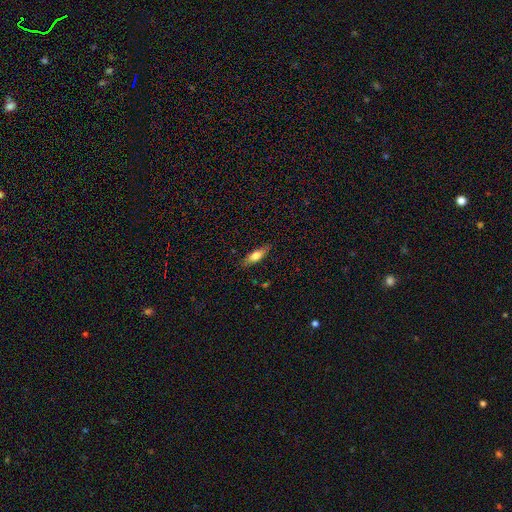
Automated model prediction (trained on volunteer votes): A smooth galaxy with no disk features (62%) that is in between round and cigar-shaped (50%).

Vote fractions:
- Smooth or featured? smooth: 62% / featured or disk: 32% / star or artifact: 7%
- How rounded? in between: 50% / cigar-shaped: 47% / round: 3%
- Merging? none: 84% / minor disturbance: 12% / major disturbance: 3% / merger: 1%